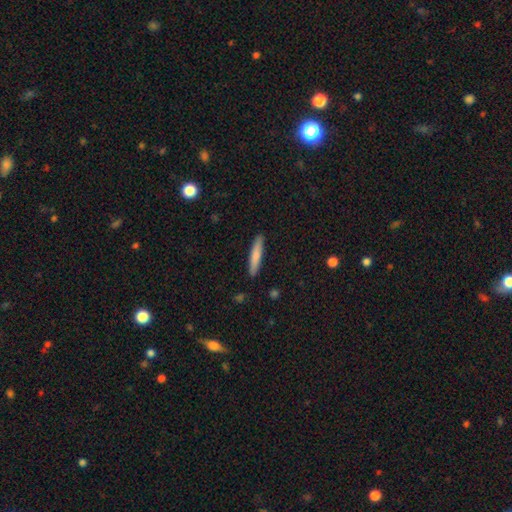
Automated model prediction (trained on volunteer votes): Morphology: type=smooth (76%); roundness=cigar-shaped (91%); merging=none (90%).